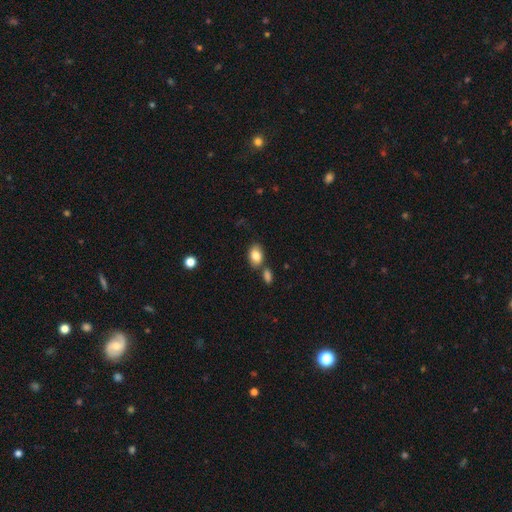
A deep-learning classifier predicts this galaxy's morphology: A smooth galaxy with no disk features (83%) that is in between round and cigar-shaped (83%).

Vote fractions:
- Smooth or featured? smooth: 83% / featured or disk: 9% / star or artifact: 8%
- How rounded? in between: 83% / round: 16% / cigar-shaped: 1%
- Merging? none: 66% / merger: 18% / minor disturbance: 13% / major disturbance: 3%